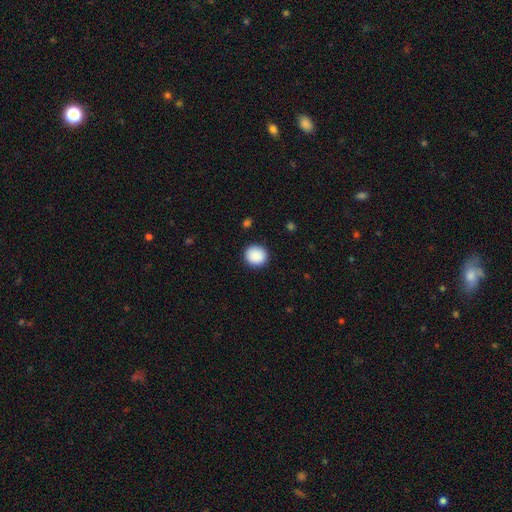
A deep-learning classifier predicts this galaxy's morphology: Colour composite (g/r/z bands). It shows a smooth galaxy with no disk features (90%) that is round (91%). Merging: none (91%).